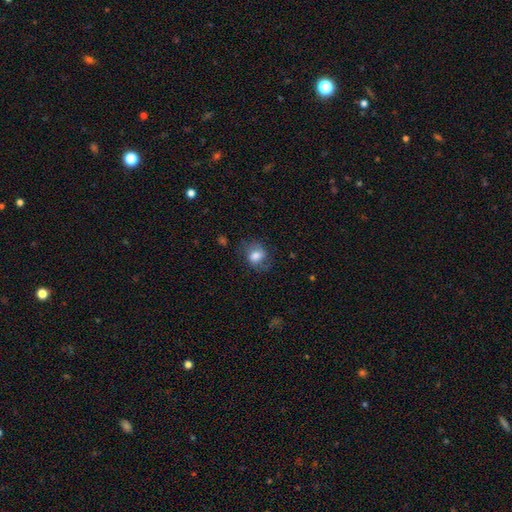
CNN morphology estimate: smooth 72%, featured or disk 19%, star or artifact 9%. Down the decision tree: how rounded — in between (52%); merging — none (62%).